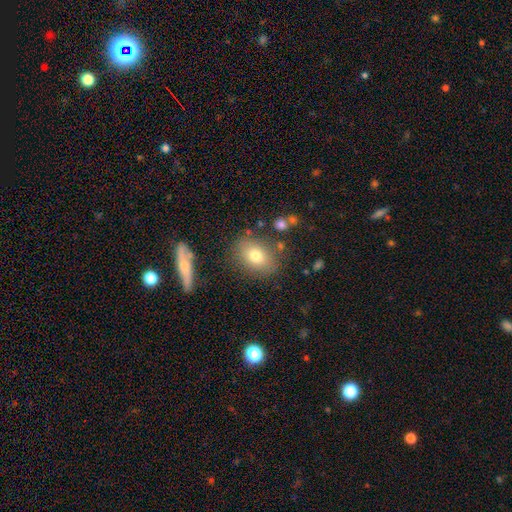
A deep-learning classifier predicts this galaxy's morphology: type=smooth (75%); roundness=in between (63%); merging=none (78%).